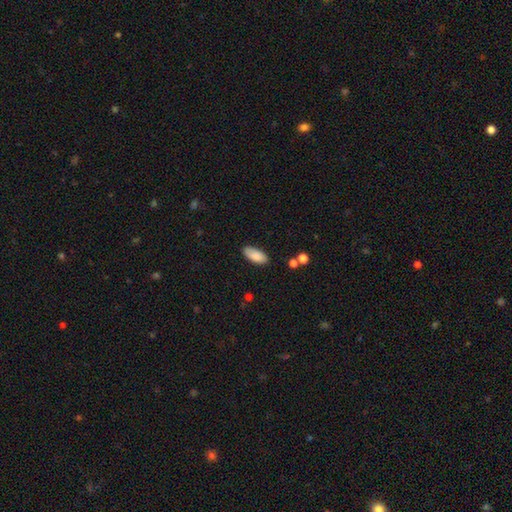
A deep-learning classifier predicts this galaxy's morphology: The model was most divided on "merging": none: 83%, minor disturbance: 13%, major disturbance: 2%, merger: 2%. More confident: how rounded — in between (89%); smooth or featured — smooth (86%).